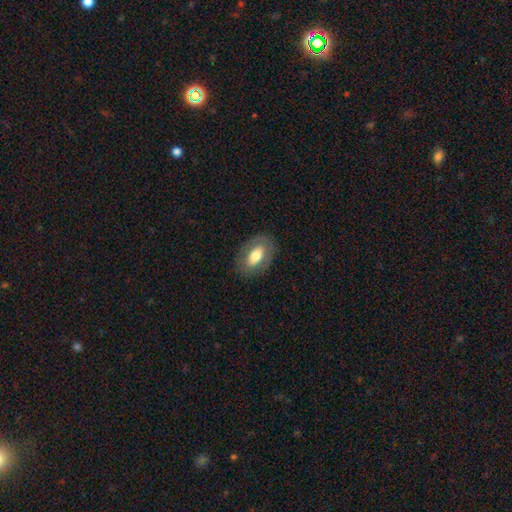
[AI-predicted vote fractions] This appears to be a smooth galaxy with no disk features (61%) that is in between round and cigar-shaped (90%). Merging: none (83%).